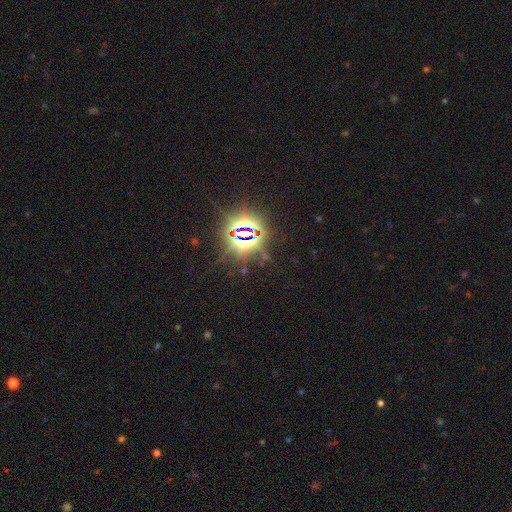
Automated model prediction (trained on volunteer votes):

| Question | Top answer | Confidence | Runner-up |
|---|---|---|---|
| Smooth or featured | star or artifact | 86% | smooth (8%) |